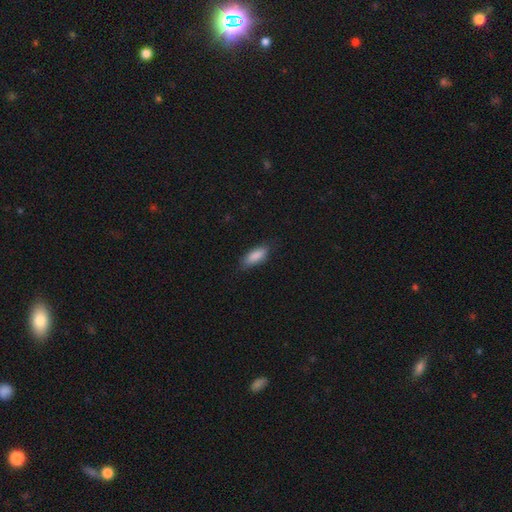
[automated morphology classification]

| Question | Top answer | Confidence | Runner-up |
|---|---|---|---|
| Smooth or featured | smooth | 87% | featured or disk (7%) |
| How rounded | in between | 76% | cigar-shaped (22%) |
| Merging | none | 77% | minor disturbance (18%) |